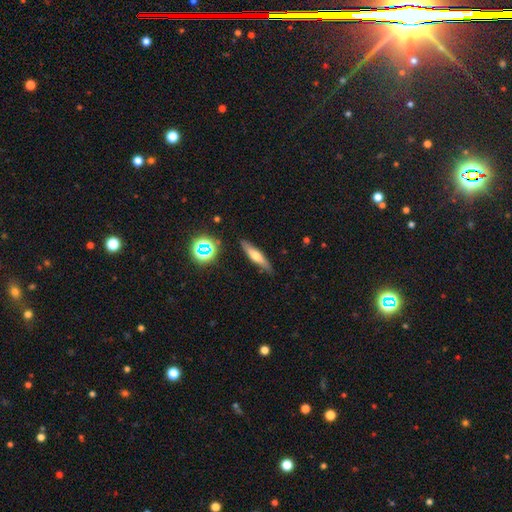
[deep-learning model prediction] A smooth galaxy with no disk features (46%).

Vote fractions:
- Smooth or featured? smooth: 46% / featured or disk: 43% / star or artifact: 11%
- Merging? none: 85% / minor disturbance: 11% / major disturbance: 2% / merger: 2%